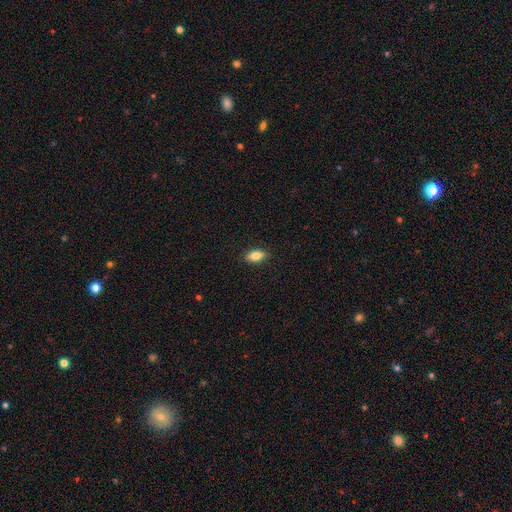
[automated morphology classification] A smooth galaxy with no disk features (80%) that is in between round and cigar-shaped (85%).

Vote fractions:
- Smooth or featured? smooth: 80% / featured or disk: 13% / star or artifact: 7%
- How rounded? in between: 85% / cigar-shaped: 10% / round: 4%
- Merging? none: 88% / minor disturbance: 9% / major disturbance: 2% / merger: 1%